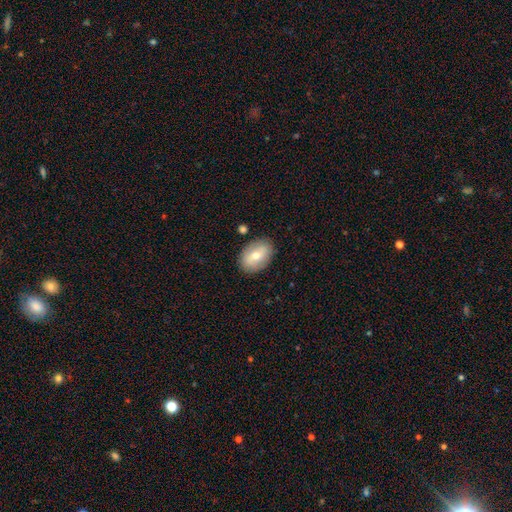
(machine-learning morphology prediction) This appears to be a smooth galaxy with no disk features (64%) that is in between round and cigar-shaped (82%). Merging: none (85%).